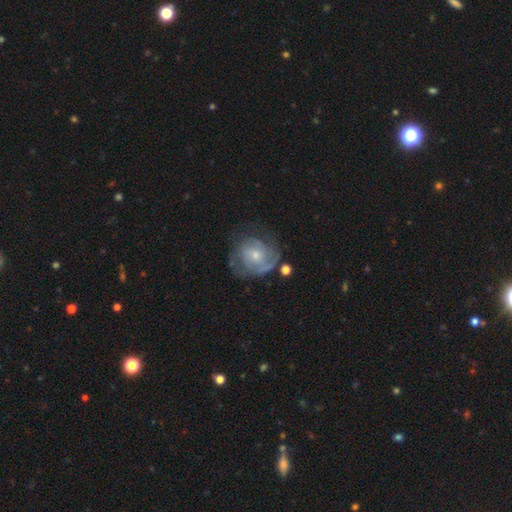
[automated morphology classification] Q: Smooth or featured?
A: featured or disk (69%); runner-up: smooth (24%)
Q: Edge-on disk?
A: no (97%); runner-up: yes (3%)
Q: Bar?
A: no (75%); runner-up: weak (21%)
Q: Spiral arms?
A: yes (80%); runner-up: no (20%)
Q: Spiral winding?
A: tight (56%); runner-up: medium (31%)
Q: Spiral arm count?
A: can't tell (42%); runner-up: 2 (29%)
Q: Bulge size?
A: small (58%); runner-up: moderate (36%)
Q: Merging?
A: none (55%); runner-up: minor disturbance (23%)